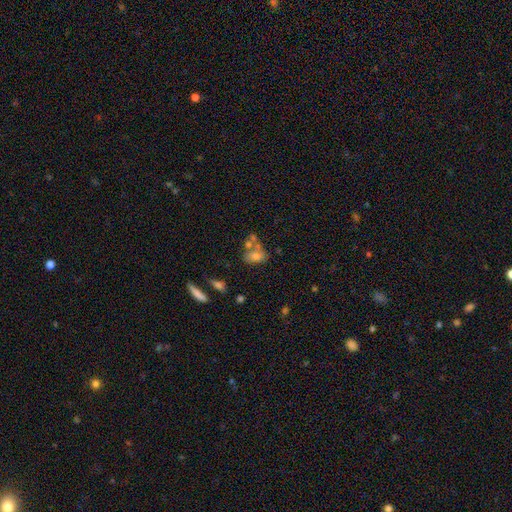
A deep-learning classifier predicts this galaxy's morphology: This is likely a smooth galaxy (65%). How rounded: likely in between (76%). Merging: marginally merger (40%).